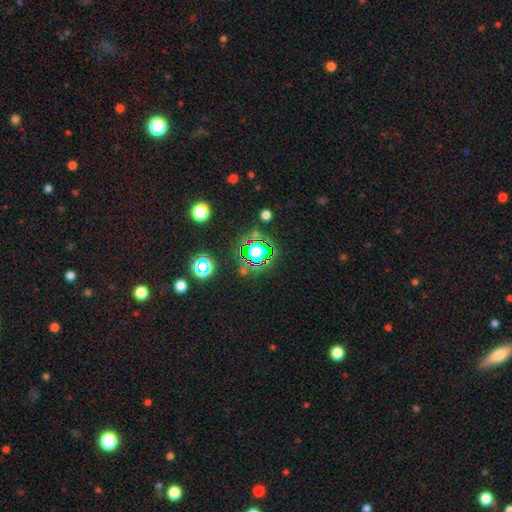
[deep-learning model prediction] Smooth or featured? Predicted: star or artifact (p=0.75).